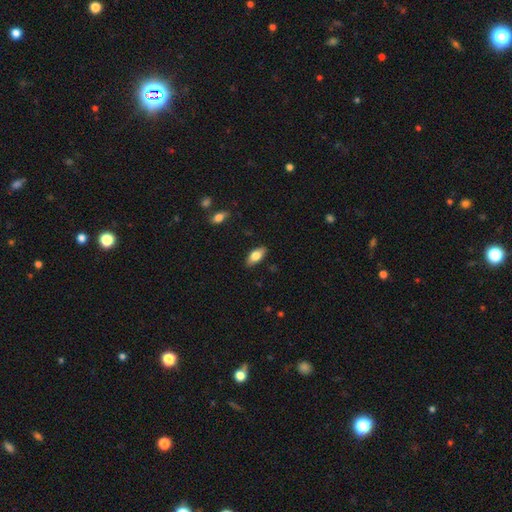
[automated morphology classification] This is likely a smooth galaxy (72%). How rounded: clearly in between (84%). Merging: clearly none (86%).